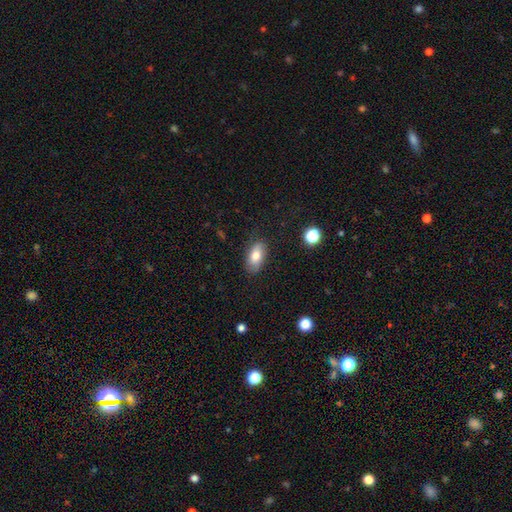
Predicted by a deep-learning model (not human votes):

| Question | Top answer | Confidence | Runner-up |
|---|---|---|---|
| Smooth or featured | smooth | 76% | featured or disk (16%) |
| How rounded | in between | 89% | round (6%) |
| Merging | none | 80% | minor disturbance (15%) |